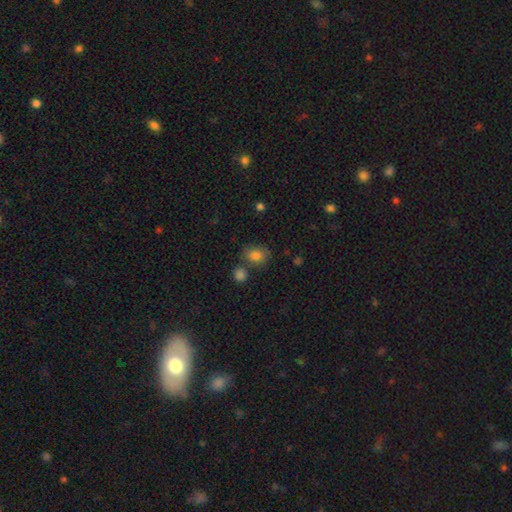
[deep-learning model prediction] Smooth or featured?
  - smooth: 81% *
  - star or artifact: 10%
  - featured or disk: 8%
How rounded?
  - in between: 56% *
  - round: 43%
  - cigar-shaped: 1%
Merging?
  - none: 65% *
  - minor disturbance: 15%
  - merger: 14%
  - major disturbance: 5%